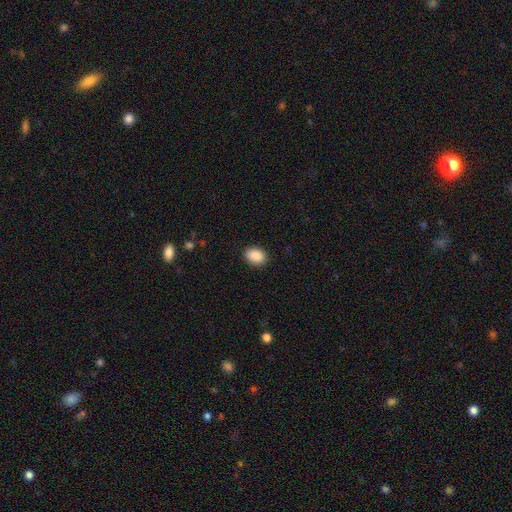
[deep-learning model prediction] Smooth or featured? smooth (90%)
How rounded? in between (74%)
Merging? none (89%)